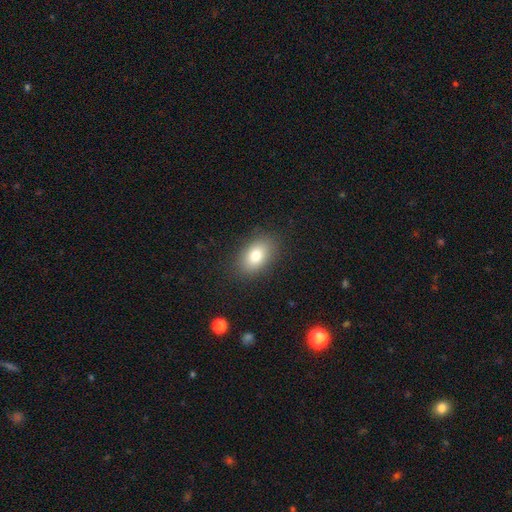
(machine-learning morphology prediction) Smooth or featured: smooth — 79% (featured or disk — 12%)
How rounded: in between — 87% (round — 12%)
Merging: none — 86% (minor disturbance — 10%)